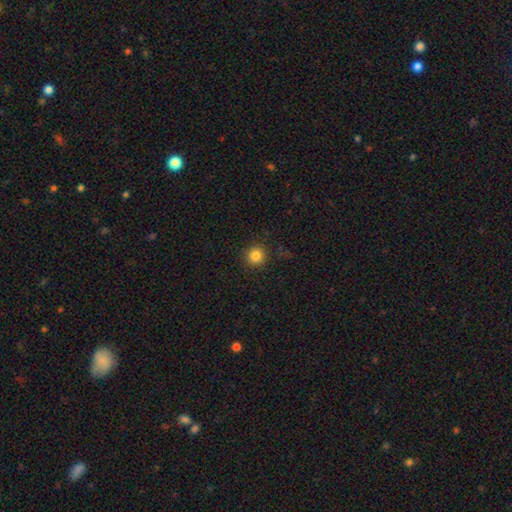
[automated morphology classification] This appears to be a smooth galaxy with no disk features (83%) that is round (92%). Merging: none (90%).